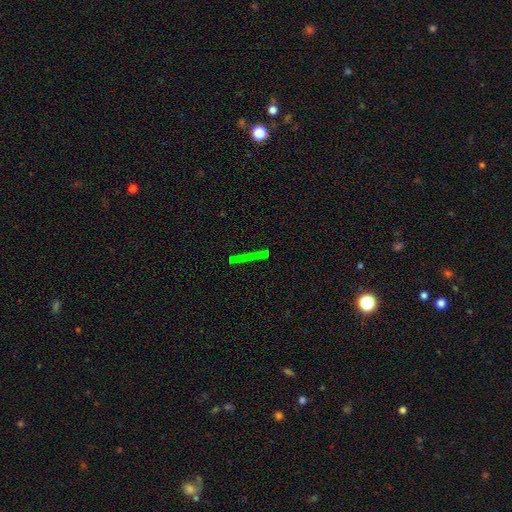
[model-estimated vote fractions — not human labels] Smooth or featured? star or artifact (38%)